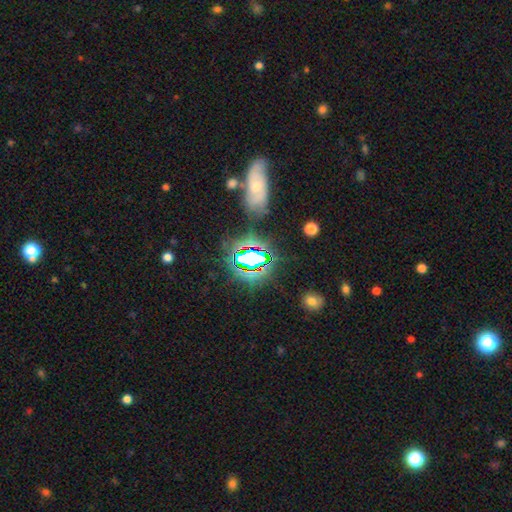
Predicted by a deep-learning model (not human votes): Morphology: type=star or artifact (66%).